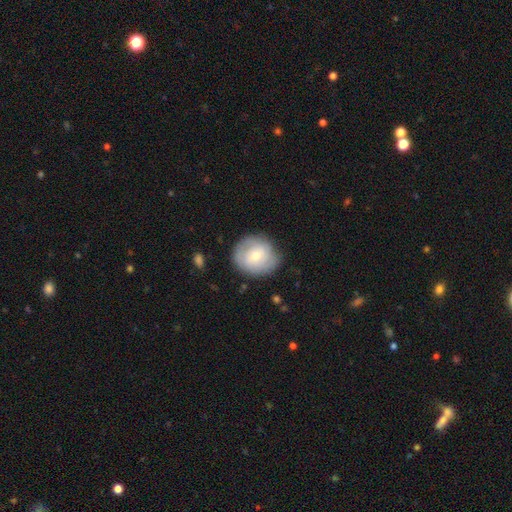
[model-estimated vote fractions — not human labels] smooth 49%, featured or disk 44%, star or artifact 7%. Down the decision tree: merging — none (76%).